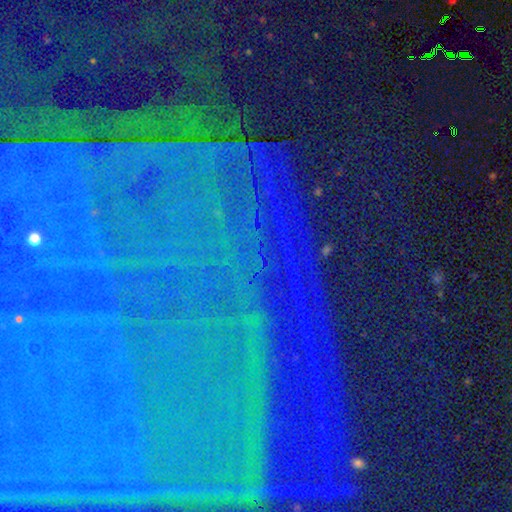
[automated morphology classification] smooth_or_featured: star or artifact (p=0.86) [alt: featured or disk p=0.08]